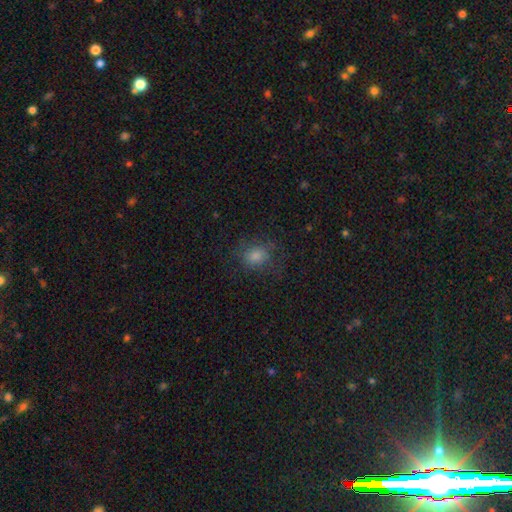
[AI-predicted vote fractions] This appears to be a smooth galaxy with no disk features (70%) that is round (62%). Merging: none (72%).